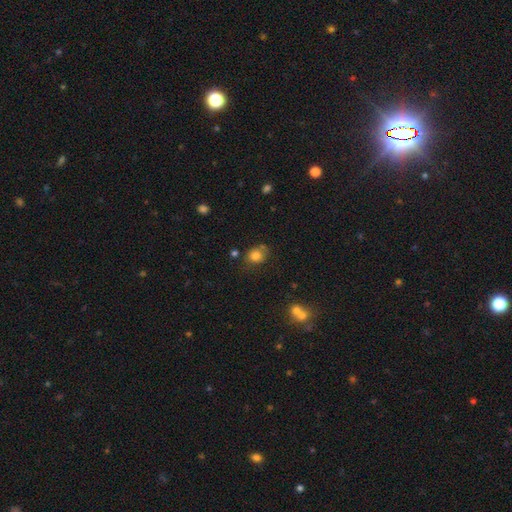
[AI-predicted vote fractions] smooth 80%, star or artifact 12%, featured or disk 9%. Down the decision tree: how rounded — round (66%); merging — none (66%).